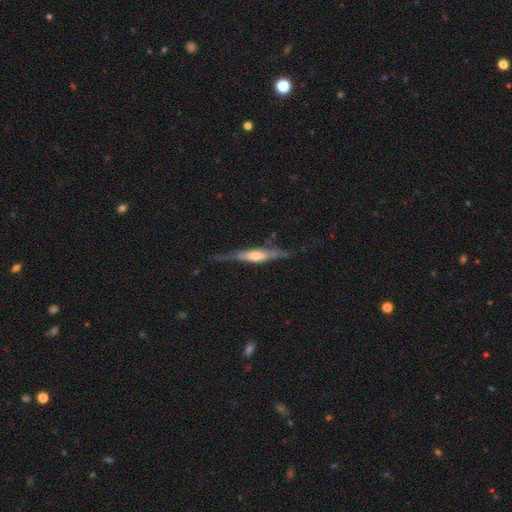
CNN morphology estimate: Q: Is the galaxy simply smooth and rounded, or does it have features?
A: featured or disk — 63%.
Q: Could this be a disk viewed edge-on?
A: yes — 82%.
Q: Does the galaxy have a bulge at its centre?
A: rounded — 55%.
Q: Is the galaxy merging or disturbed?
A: none — 60%.